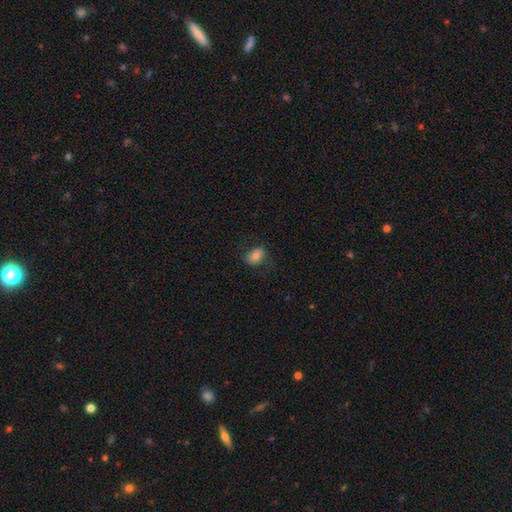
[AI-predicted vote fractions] A smooth galaxy with no disk features (74%) that is in between round and cigar-shaped (69%). Merging: none (73%).